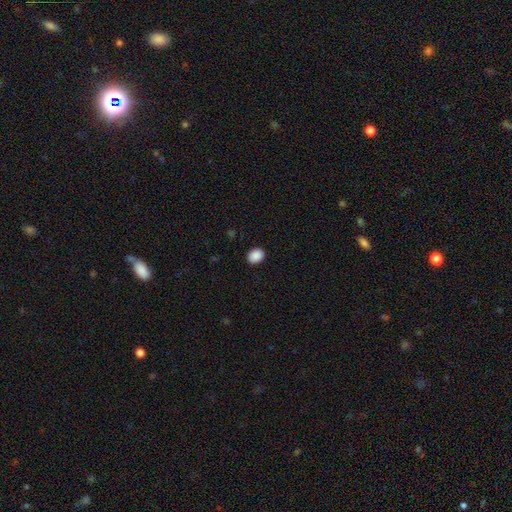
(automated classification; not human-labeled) Smooth or featured: smooth — 90% (star or artifact — 8%)
How rounded: in between — 55% (round — 44%)
Merging: none — 91% (minor disturbance — 7%)